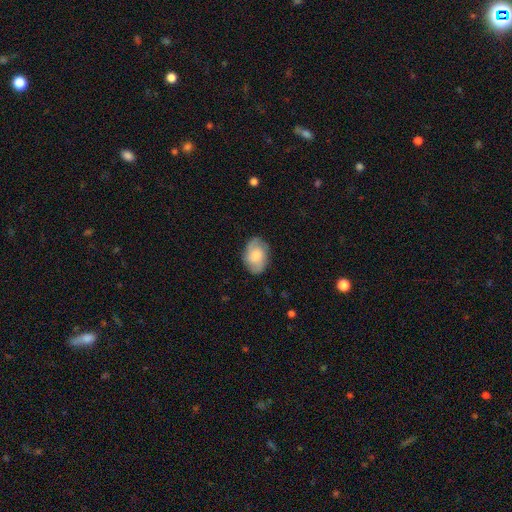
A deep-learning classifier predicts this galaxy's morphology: type=smooth (59%); roundness=in between (83%); merging=none (79%).